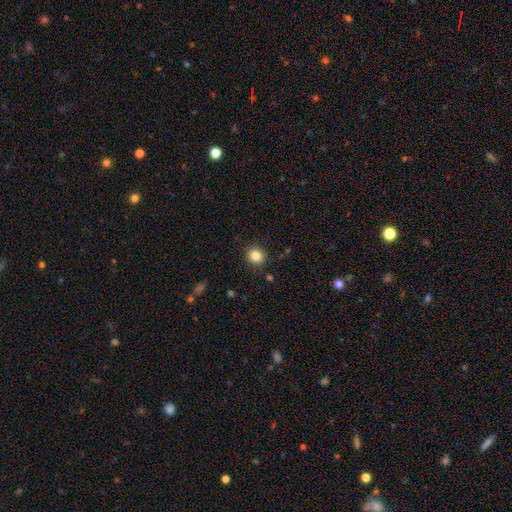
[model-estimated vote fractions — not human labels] smooth_or_featured: smooth (p=0.83) [alt: star or artifact p=0.11]
how_rounded: round (p=0.89) [alt: in between p=0.10]
merging: none (p=0.90) [alt: minor disturbance p=0.06]